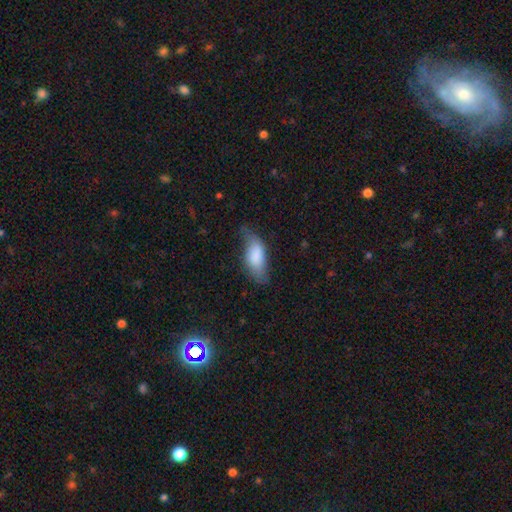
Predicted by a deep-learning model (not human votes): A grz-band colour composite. It shows a smooth galaxy with no disk features (73%) that is in between round and cigar-shaped (85%). Merging: none (43%).